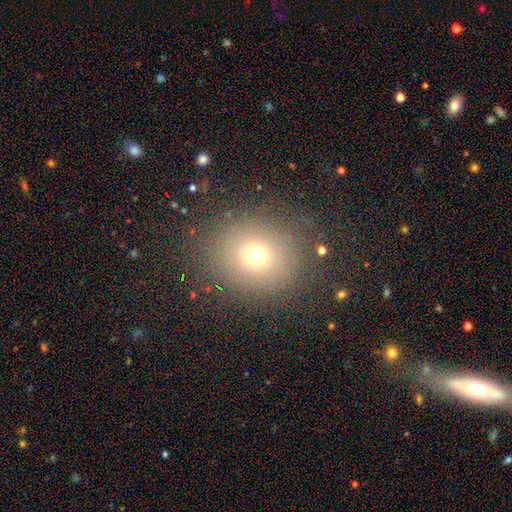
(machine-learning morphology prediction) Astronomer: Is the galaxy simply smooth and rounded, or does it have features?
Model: smooth — 68%.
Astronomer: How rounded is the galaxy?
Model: round — 79%.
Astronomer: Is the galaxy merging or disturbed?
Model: none — 83%.